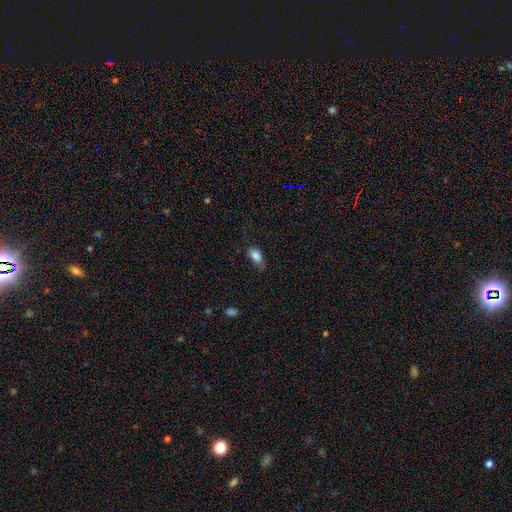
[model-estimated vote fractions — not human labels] A smooth galaxy with no disk features (85%) that is in between round and cigar-shaped (88%).

Vote fractions:
- Smooth or featured? smooth: 85% / star or artifact: 9% / featured or disk: 7%
- How rounded? in between: 88% / cigar-shaped: 6% / round: 6%
- Merging? none: 59% / minor disturbance: 31% / major disturbance: 9% / merger: 2%